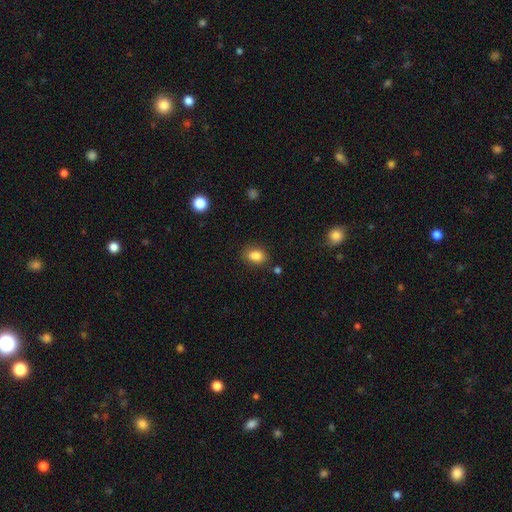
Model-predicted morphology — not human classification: type=smooth (85%); roundness=in between (73%); merging=none (79%).